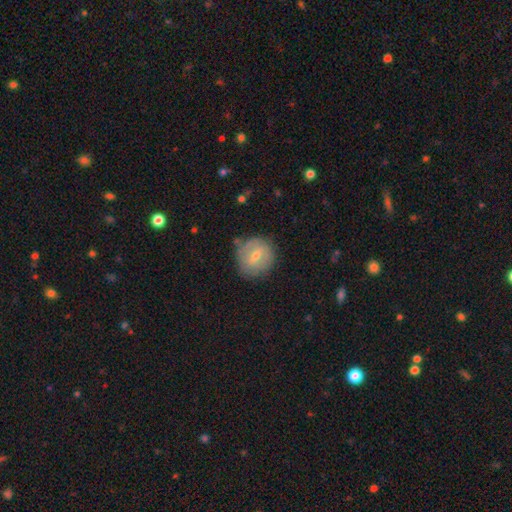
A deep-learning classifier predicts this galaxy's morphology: Overall: smooth (56%; featured or disk 35%). How rounded: round (88%). Merging: none (78%).